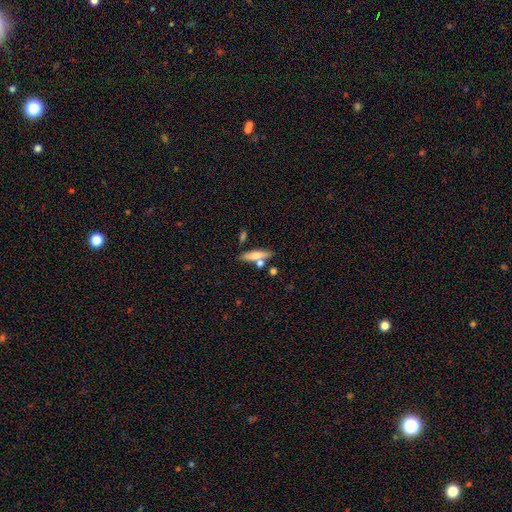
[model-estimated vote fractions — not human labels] smooth 67%, featured or disk 26%, star or artifact 7%. Down the decision tree: how rounded — cigar-shaped (69%); merging — none (66%).